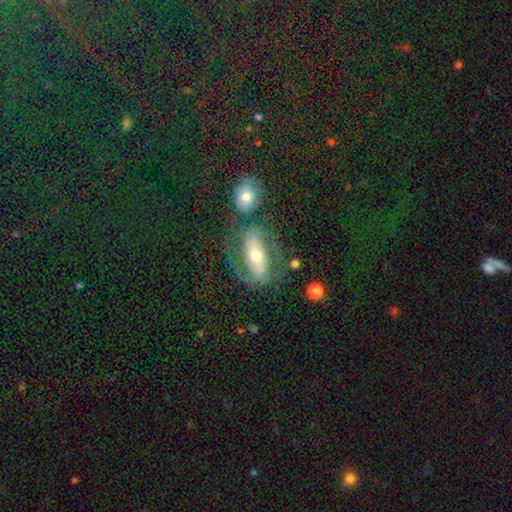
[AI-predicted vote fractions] Smooth or featured: featured or disk — 76% (smooth — 18%)
Edge-on disk: no — 93% (yes — 7%)
Bar: strong — 55% (weak — 24%)
Spiral arms: yes — 79% (no — 21%)
Spiral winding: medium — 51% (tight — 27%)
Spiral arm count: 2 — 87% (can't tell — 7%)
Bulge size: moderate — 68% (small — 20%)
Merging: none — 65% (minor disturbance — 14%)